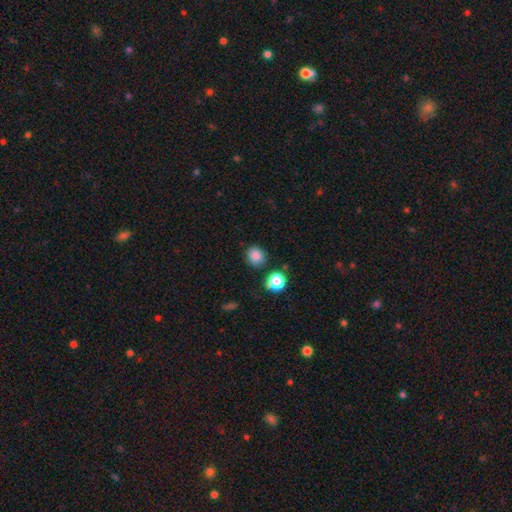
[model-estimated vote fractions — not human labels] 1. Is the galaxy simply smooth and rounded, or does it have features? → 84% smooth, 12% star or artifact, 4% featured or disk.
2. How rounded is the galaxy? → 78% round, 21% in between, 1% cigar-shaped.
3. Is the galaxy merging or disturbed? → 83% none, 10% minor disturbance, 4% merger, 3% major disturbance.